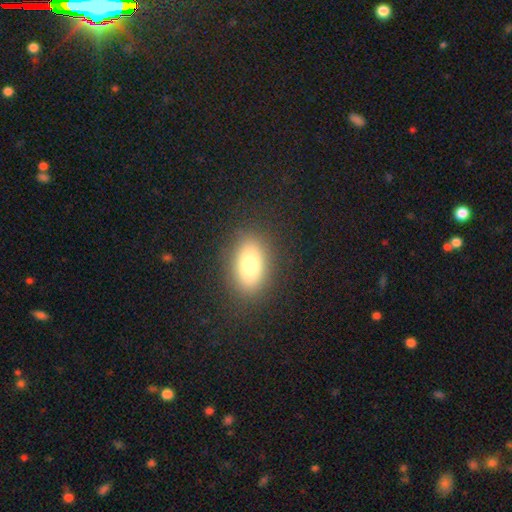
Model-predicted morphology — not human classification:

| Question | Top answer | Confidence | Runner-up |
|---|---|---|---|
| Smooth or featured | smooth | 80% | featured or disk (11%) |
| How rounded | in between | 87% | round (8%) |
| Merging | none | 87% | minor disturbance (9%) |